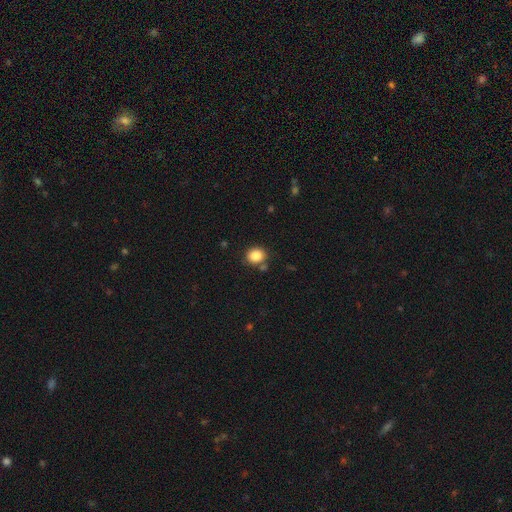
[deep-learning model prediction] Q: Smooth or featured?
A: smooth (86%); runner-up: star or artifact (10%)
Q: How rounded?
A: round (66%); runner-up: in between (33%)
Q: Merging?
A: none (78%); runner-up: minor disturbance (11%)